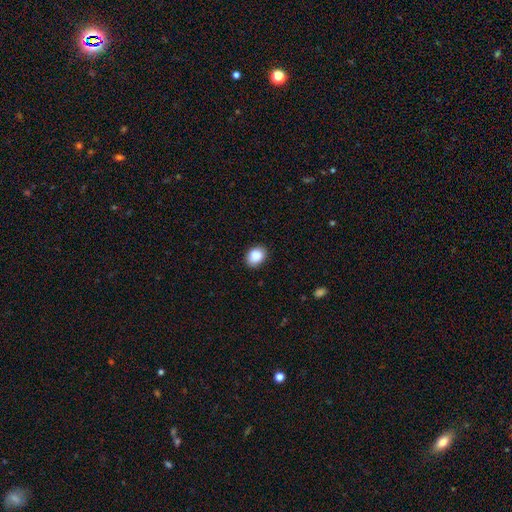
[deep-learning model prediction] Overall: smooth (89%). How rounded: in between (63%; round 36%). Merging: none (86%).